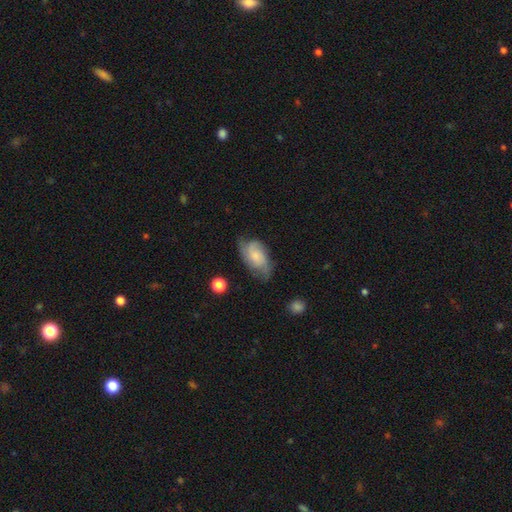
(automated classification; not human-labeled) This appears to be a featured or disk galaxy (51%). Merging: none (59%).